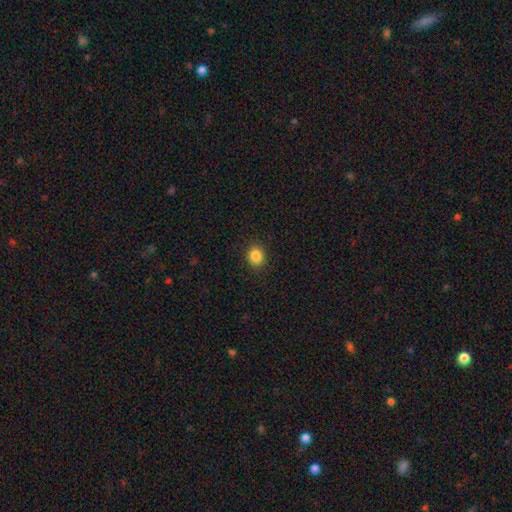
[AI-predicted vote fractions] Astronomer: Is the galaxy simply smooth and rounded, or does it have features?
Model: smooth — 85%.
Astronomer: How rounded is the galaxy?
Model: round — 74%.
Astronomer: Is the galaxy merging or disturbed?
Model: none — 90%.